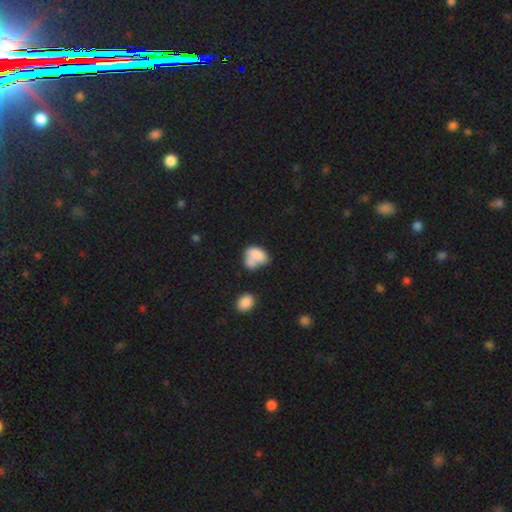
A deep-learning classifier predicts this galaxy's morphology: Smooth or featured? Predicted: smooth (p=0.75). How rounded? Predicted: in between (p=0.75). Merging? Predicted: merger (p=0.48).